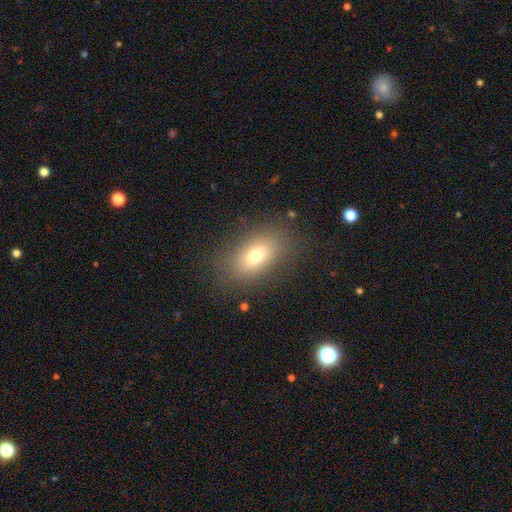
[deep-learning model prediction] Smooth or featured? Predicted: smooth (p=0.72). How rounded? Predicted: in between (p=0.84). Merging? Predicted: none (p=0.83).